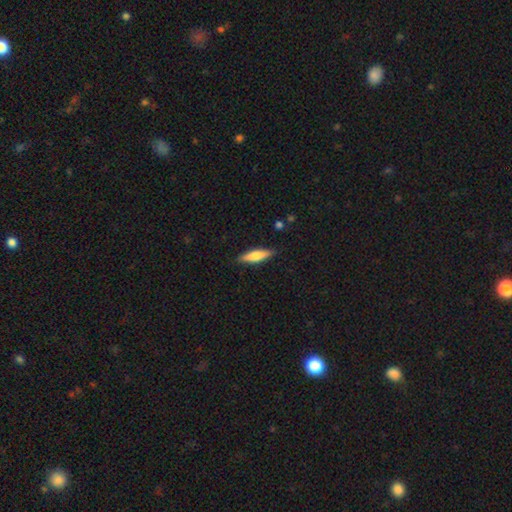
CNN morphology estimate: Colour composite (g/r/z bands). It shows a smooth galaxy with no disk features (68%) that is cigar-shaped (66%). Merging: none (87%).